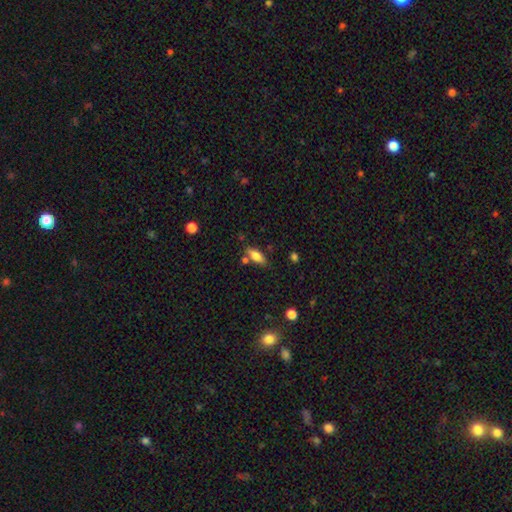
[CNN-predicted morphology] Smooth or featured?
  - smooth: 75% *
  - featured or disk: 17%
  - star or artifact: 8%
How rounded?
  - in between: 72% *
  - cigar-shaped: 25%
  - round: 3%
Merging?
  - none: 69% *
  - minor disturbance: 15%
  - merger: 12%
  - major disturbance: 4%